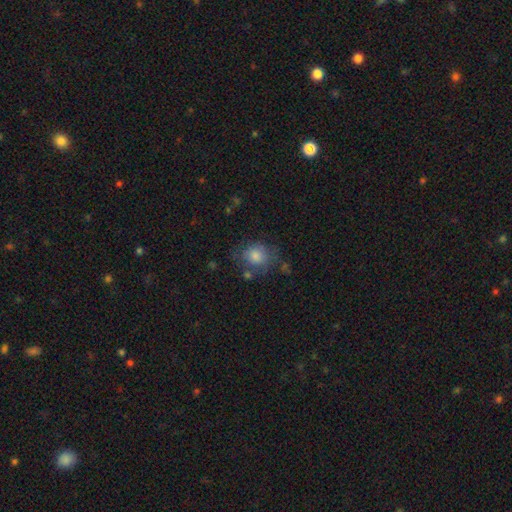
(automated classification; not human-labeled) This appears to be a smooth galaxy with no disk features (76%) that is round (71%). Merging: none (63%).